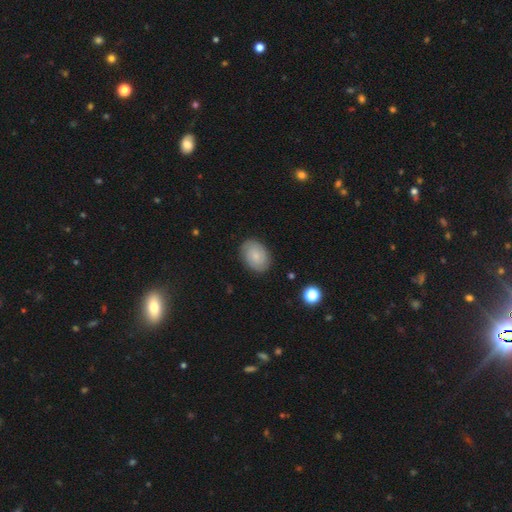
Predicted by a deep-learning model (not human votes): smooth-or-featured: smooth: 61% | featured or disk: 31% | star or artifact: 8%
  how-rounded: in between: 75% | round: 24% | cigar-shaped: 1%
  merging: none: 85% | minor disturbance: 11% | major disturbance: 3% | merger: 1%